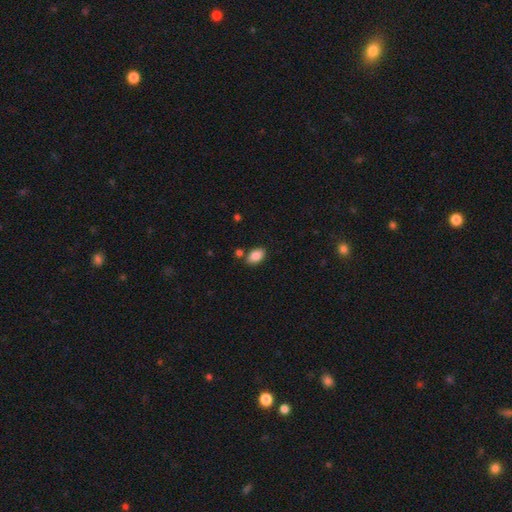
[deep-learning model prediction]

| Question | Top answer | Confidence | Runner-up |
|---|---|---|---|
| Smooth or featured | smooth | 87% | star or artifact (8%) |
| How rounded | in between | 91% | round (8%) |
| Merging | none | 78% | minor disturbance (12%) |